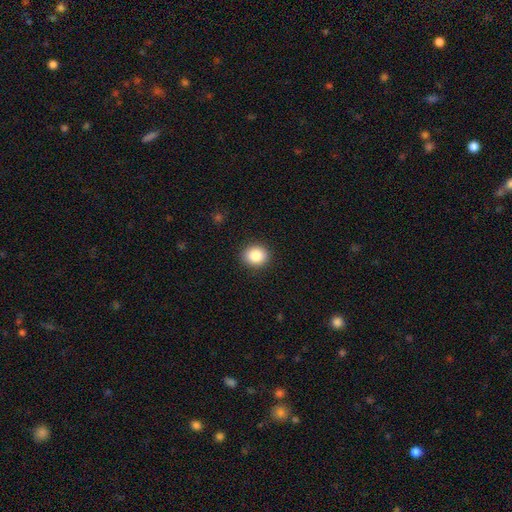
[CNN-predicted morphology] Smooth or featured: smooth — 86% (star or artifact — 9%)
How rounded: round — 75% (in between — 24%)
Merging: none — 91% (minor disturbance — 6%)